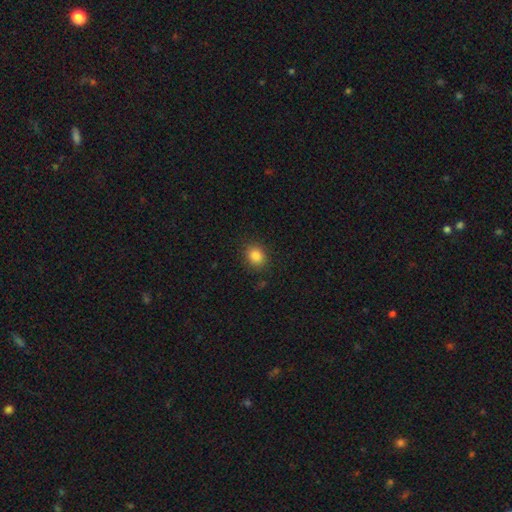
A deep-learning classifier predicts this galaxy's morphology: A smooth galaxy with no disk features (85%) that is round (59%). Merging: none (86%).